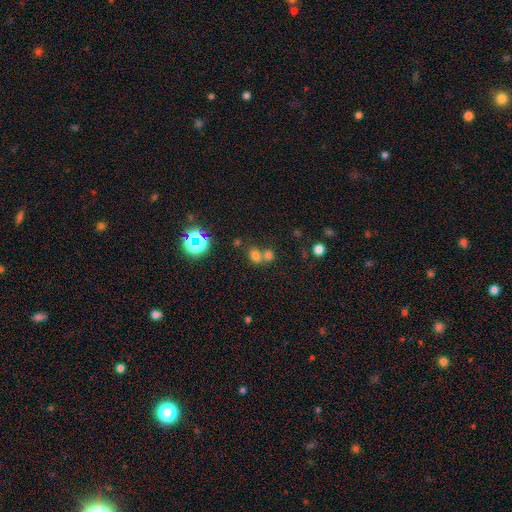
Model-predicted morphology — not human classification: smooth-or-featured: smooth: 67% | star or artifact: 24% | featured or disk: 9%
  how-rounded: round: 57% | in between: 42% | cigar-shaped: 1%
  merging: merger: 45% | none: 44% | minor disturbance: 7% | major disturbance: 4%